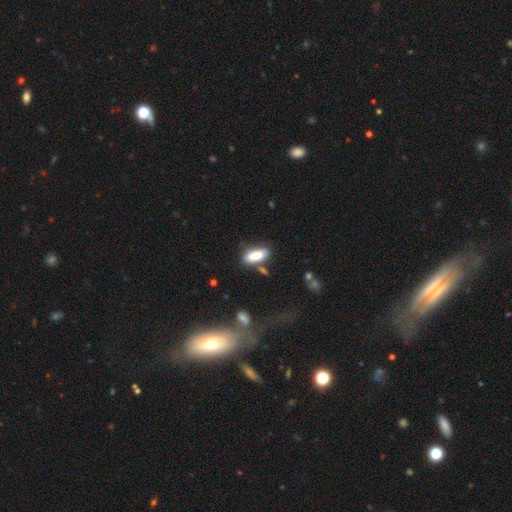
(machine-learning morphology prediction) This appears to be a smooth galaxy with no disk features (84%) that is in between round and cigar-shaped (83%). Merging: none (65%).